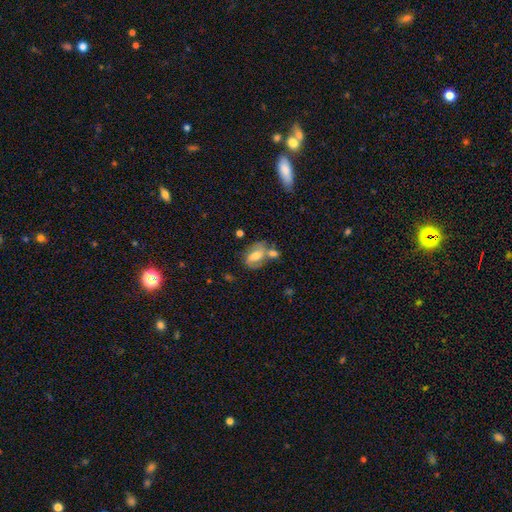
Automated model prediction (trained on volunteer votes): A smooth galaxy with no disk features (55%) that is in between round and cigar-shaped (81%).

Vote fractions:
- Smooth or featured? smooth: 55% / featured or disk: 36% / star or artifact: 8%
- How rounded? in between: 81% / round: 16% / cigar-shaped: 3%
- Merging? none: 44% / merger: 30% / minor disturbance: 18% / major disturbance: 8%